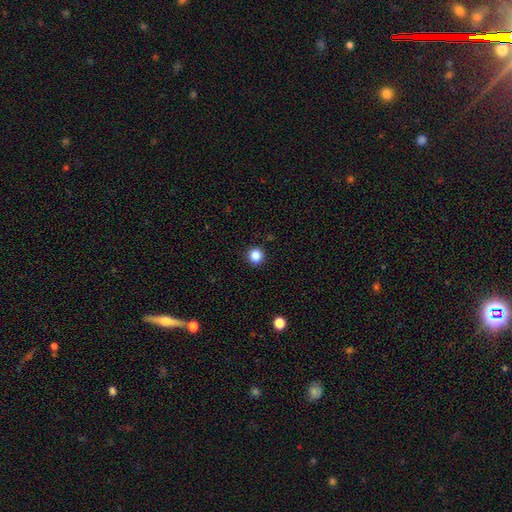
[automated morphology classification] Smooth or featured? smooth (86%)
How rounded? round (93%)
Merging? none (92%)